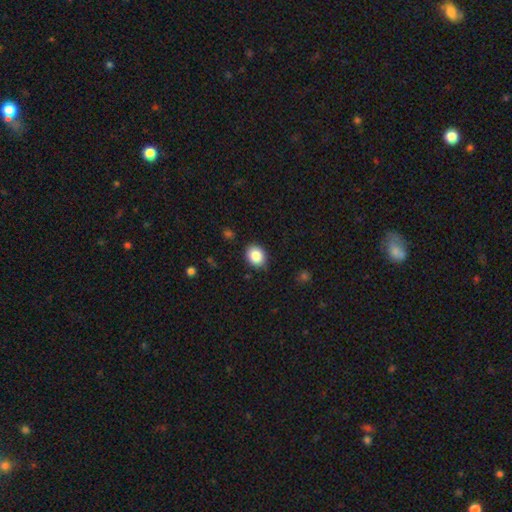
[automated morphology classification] This is clearly a smooth galaxy (86%). How rounded: possibly round (52%). Merging: clearly none (86%).